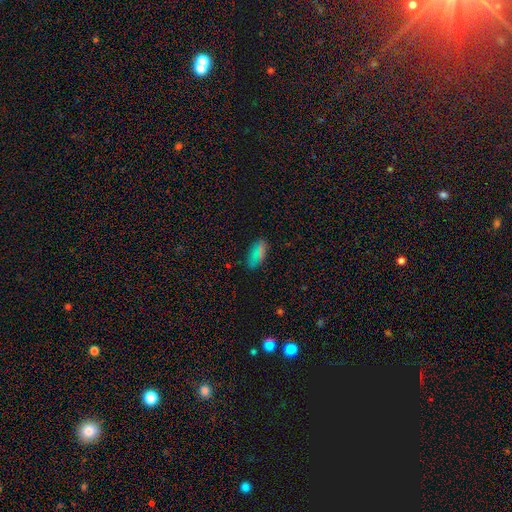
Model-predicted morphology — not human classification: smooth 70%, star or artifact 22%, featured or disk 8%. Down the decision tree: how rounded — in between (88%); merging — none (83%).